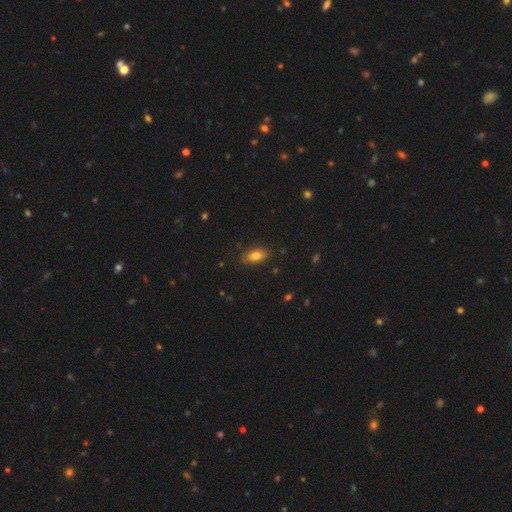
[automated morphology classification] smooth_or_featured: smooth (p=0.79) [alt: featured or disk p=0.12]
how_rounded: in between (p=0.85) [alt: cigar-shaped p=0.10]
merging: none (p=0.84) [alt: minor disturbance p=0.12]